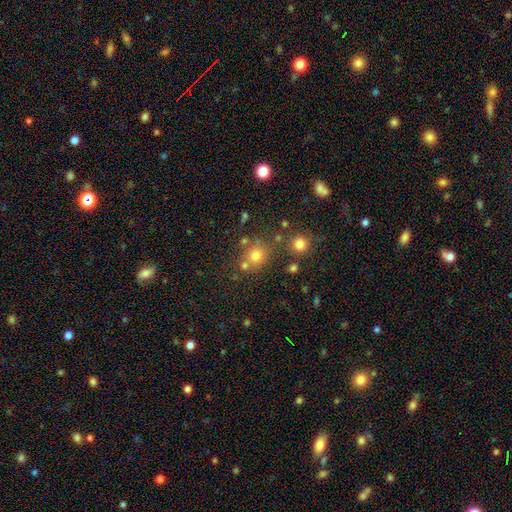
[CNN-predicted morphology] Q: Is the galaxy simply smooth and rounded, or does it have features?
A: smooth — 72%.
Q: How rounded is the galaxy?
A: round — 80%.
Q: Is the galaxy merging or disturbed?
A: none — 68%.